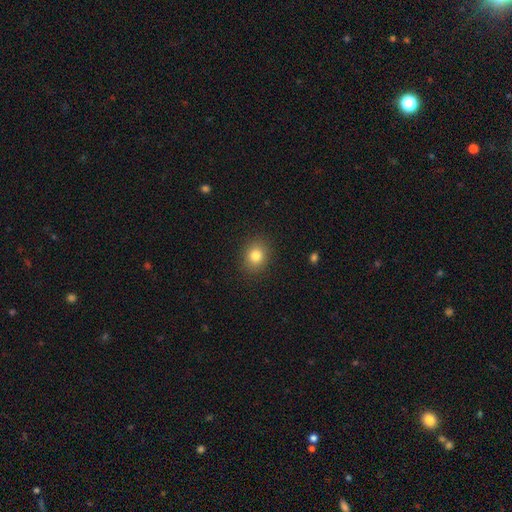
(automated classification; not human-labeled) This appears to be a smooth galaxy with no disk features (81%) that is round (68%). Merging: none (89%).